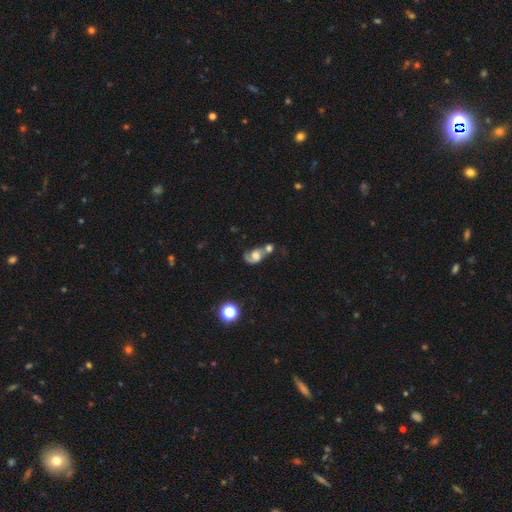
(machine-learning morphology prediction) This appears to be a featured or disk galaxy (52%) with no bar (71%), spiral arms (80%) and a large central bulge (35%). Merging: merger (52%).